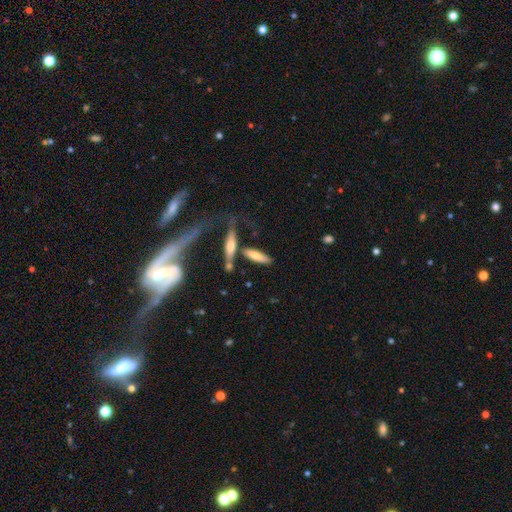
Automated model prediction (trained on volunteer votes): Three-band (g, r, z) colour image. It shows a smooth galaxy with no disk features (68%) that is cigar-shaped (58%). Merging: none (55%).